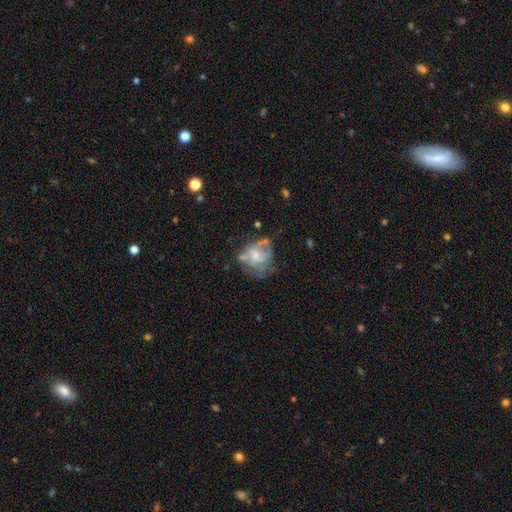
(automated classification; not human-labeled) Smooth or featured: featured or disk — 61% (smooth — 29%)
Edge-on disk: no — 98% (yes — 2%)
Bar: no — 77% (weak — 20%)
Spiral arms: no — 56% (yes — 44%)
Bulge size: small — 45% (moderate — 34%)
Merging: none — 40% (major disturbance — 29%)